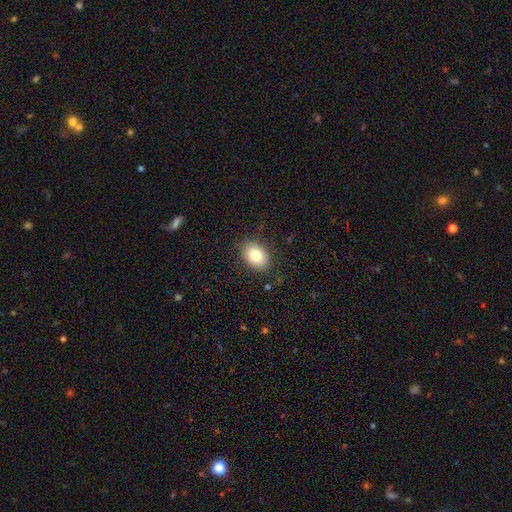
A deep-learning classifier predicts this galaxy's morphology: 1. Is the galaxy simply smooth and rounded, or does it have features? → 81% smooth, 10% featured or disk, 8% star or artifact.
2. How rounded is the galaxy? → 78% in between, 21% round, 1% cigar-shaped.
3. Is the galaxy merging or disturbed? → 86% none, 11% minor disturbance, 3% major disturbance, 1% merger.